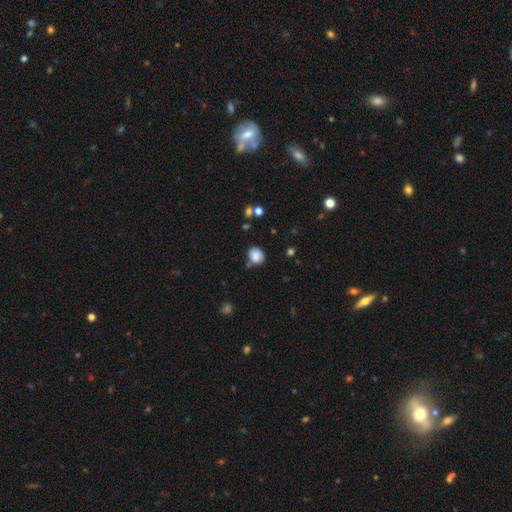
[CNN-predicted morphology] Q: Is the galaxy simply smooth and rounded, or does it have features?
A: smooth — 85%.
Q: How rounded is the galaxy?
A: round — 63%.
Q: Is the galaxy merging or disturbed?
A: none — 69%.